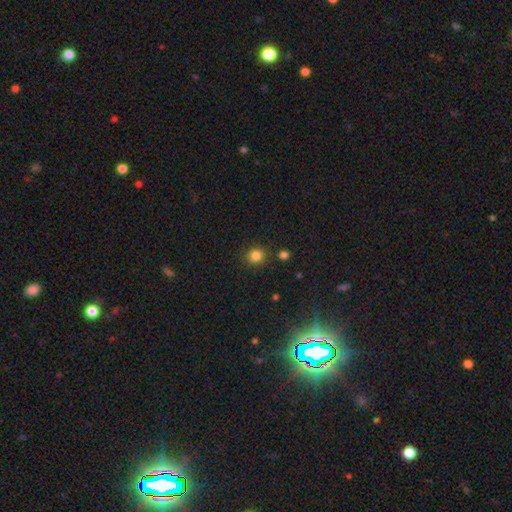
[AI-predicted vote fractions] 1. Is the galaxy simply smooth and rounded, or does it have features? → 82% smooth, 13% star or artifact, 4% featured or disk.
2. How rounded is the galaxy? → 89% round, 10% in between, 1% cigar-shaped.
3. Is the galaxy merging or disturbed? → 87% none, 7% minor disturbance, 4% merger, 2% major disturbance.